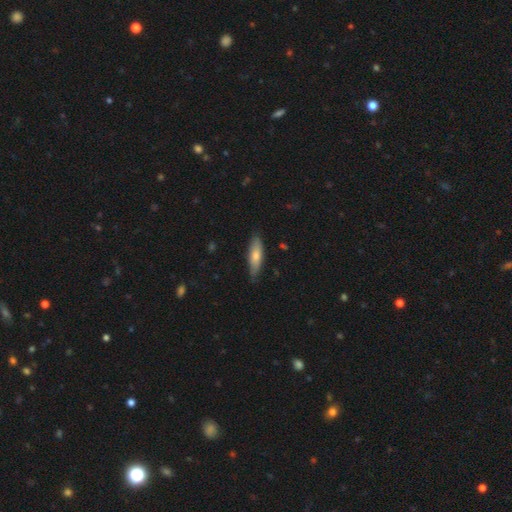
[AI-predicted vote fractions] A smooth galaxy with no disk features (69%) that is cigar-shaped (55%).

Vote fractions:
- Smooth or featured? smooth: 69% / featured or disk: 26% / star or artifact: 6%
- How rounded? cigar-shaped: 55% / in between: 43% / round: 2%
- Merging? none: 78% / minor disturbance: 18% / major disturbance: 2% / merger: 1%